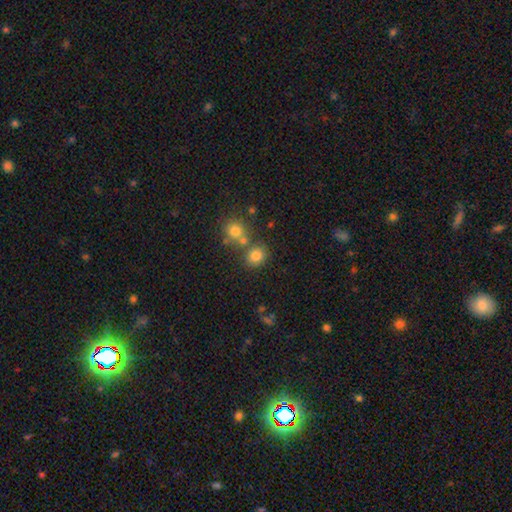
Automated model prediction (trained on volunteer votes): Smooth or featured? Predicted: smooth (p=0.79). How rounded? Predicted: round (p=0.80). Merging? Predicted: none (p=0.68).